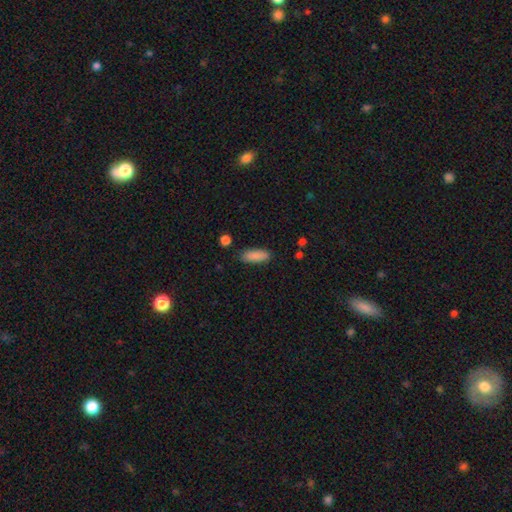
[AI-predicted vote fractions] Smooth or featured? smooth (89%)
How rounded? in between (70%)
Merging? none (84%)